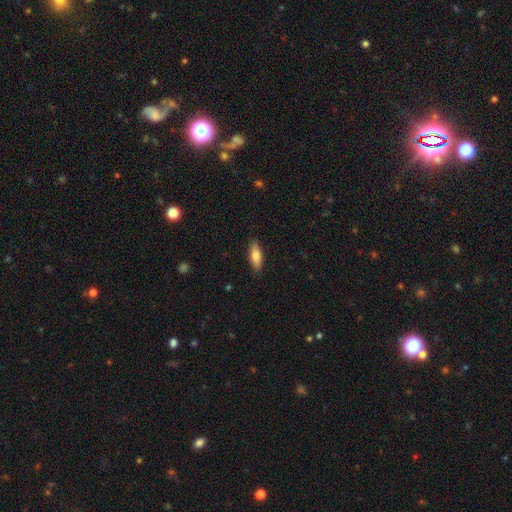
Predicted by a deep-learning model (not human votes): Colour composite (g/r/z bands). It shows a smooth galaxy with no disk features (79%) that is in between round and cigar-shaped (62%). Merging: none (88%).